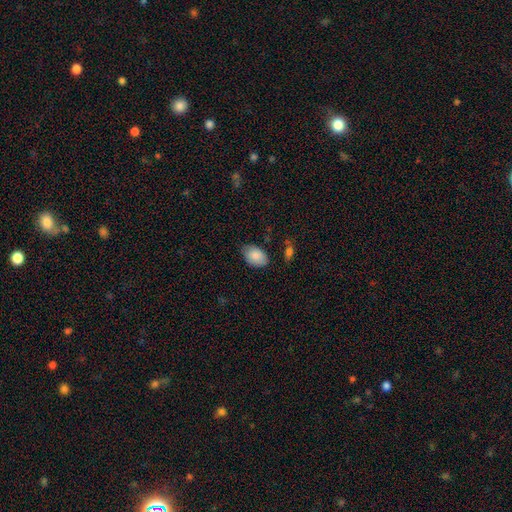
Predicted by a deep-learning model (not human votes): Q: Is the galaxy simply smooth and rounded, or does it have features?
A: smooth — 86%.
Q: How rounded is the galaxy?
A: in between — 90%.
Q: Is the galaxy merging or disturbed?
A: none — 73%.